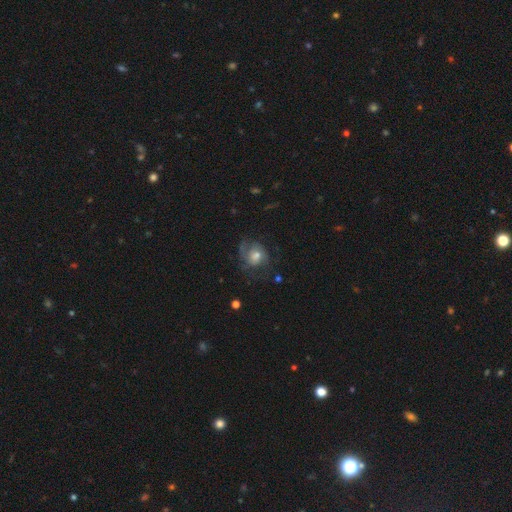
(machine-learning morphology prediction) type=featured or disk (60%); edge-on=no (97%); bar=no (72%); spiral arms=yes (83%); bulge=moderate (55%); merging=none (53%).